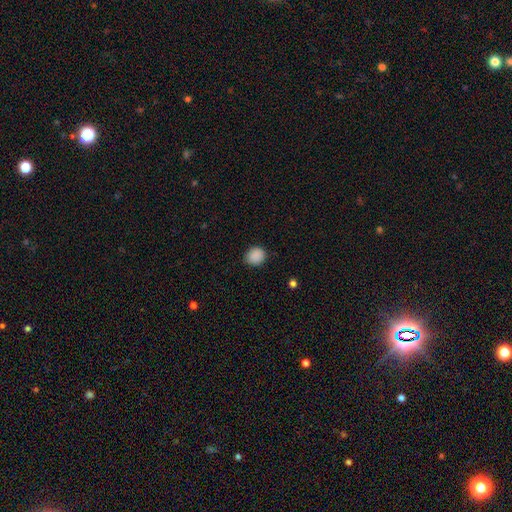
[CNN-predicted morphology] Overall: smooth (88%). How rounded: round (71%). Merging: none (86%).